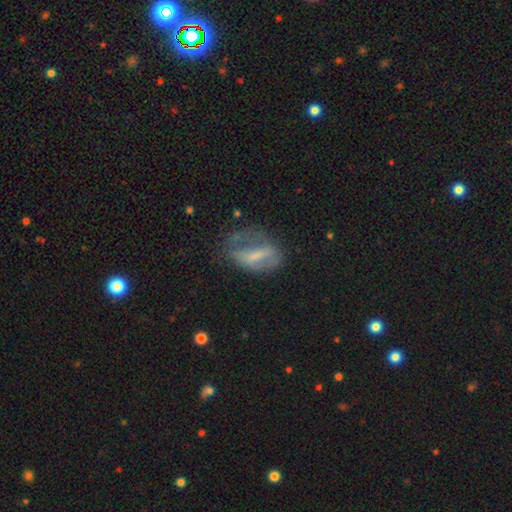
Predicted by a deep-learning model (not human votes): featured or disk 50%, smooth 40%, star or artifact 9%. Down the decision tree: edge-on disk — no (89%); merging — none (43%).